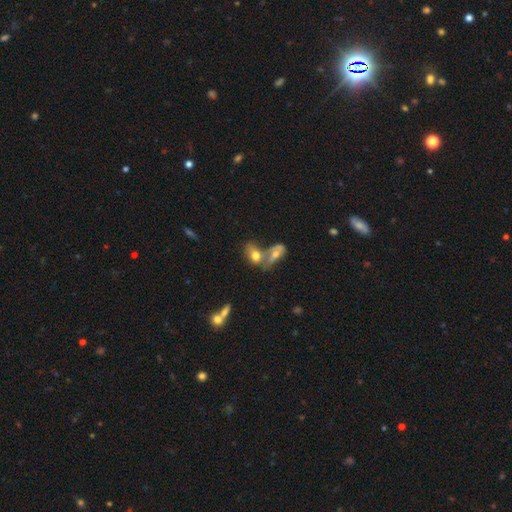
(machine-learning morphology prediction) Smooth or featured? Predicted: smooth (p=0.65). How rounded? Predicted: in between (p=0.79). Merging? Predicted: merger (p=0.64).